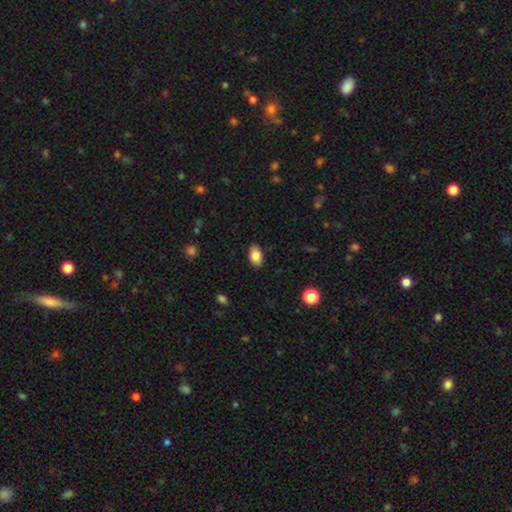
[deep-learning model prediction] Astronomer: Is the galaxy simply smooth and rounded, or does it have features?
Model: smooth — 85%.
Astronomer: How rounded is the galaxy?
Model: in between — 91%.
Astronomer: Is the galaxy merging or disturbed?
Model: none — 87%.